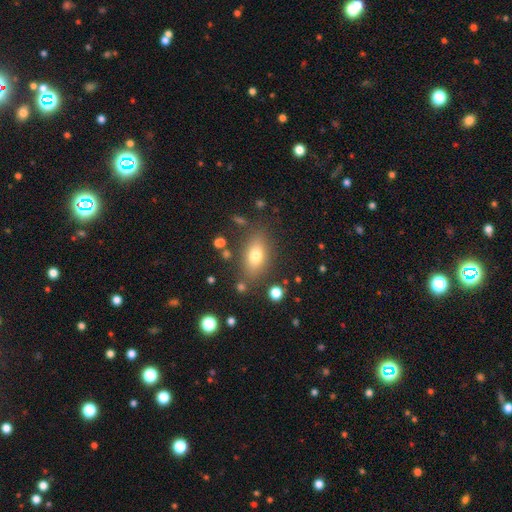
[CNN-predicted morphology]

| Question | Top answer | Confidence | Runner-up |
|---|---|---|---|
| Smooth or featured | smooth | 72% | featured or disk (17%) |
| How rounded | in between | 81% | round (11%) |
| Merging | none | 78% | minor disturbance (13%) |